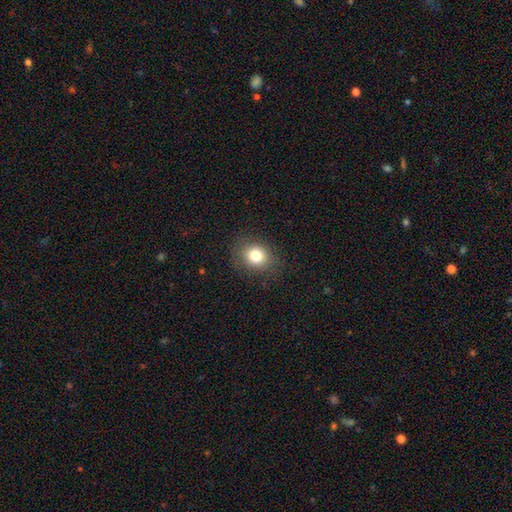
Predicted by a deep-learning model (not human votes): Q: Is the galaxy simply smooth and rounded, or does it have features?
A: smooth — 80%.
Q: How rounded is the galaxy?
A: round — 65%.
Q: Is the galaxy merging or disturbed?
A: none — 85%.